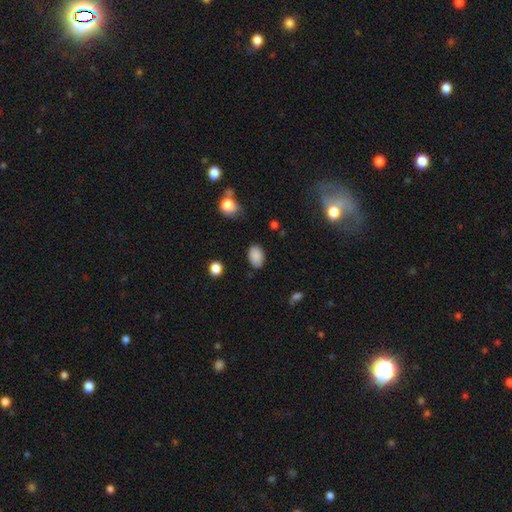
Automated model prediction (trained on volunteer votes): Overall: smooth (88%). How rounded: in between (87%). Merging: none (81%).